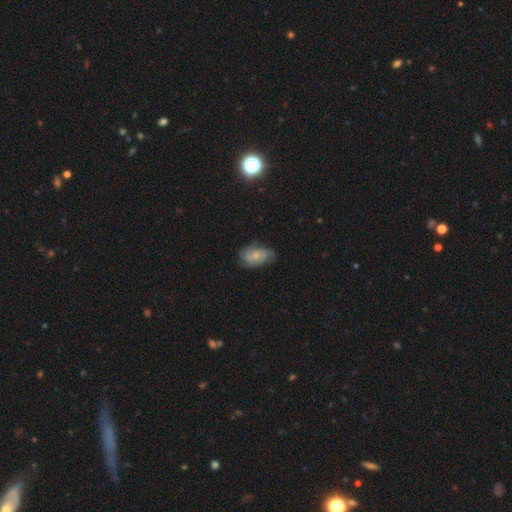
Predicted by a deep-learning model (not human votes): Overall: smooth (48%; featured or disk 44%). Merging: none (63%; minor disturbance 27%).